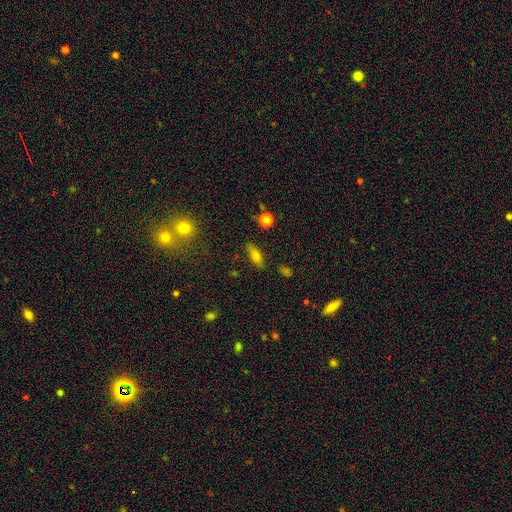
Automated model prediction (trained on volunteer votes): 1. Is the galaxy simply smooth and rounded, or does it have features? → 71% smooth, 19% featured or disk, 10% star or artifact.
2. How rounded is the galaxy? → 65% in between, 31% cigar-shaped, 5% round.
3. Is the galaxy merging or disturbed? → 82% none, 13% minor disturbance, 3% major disturbance, 2% merger.